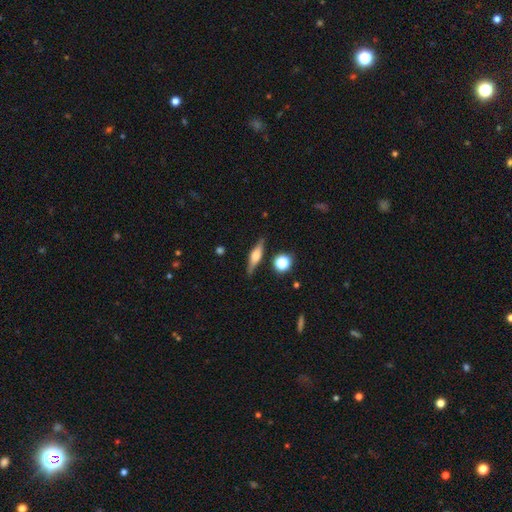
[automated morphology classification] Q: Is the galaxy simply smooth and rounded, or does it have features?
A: featured or disk — 62%.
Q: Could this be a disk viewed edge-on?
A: yes — 96%.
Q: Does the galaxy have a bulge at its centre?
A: rounded — 84%.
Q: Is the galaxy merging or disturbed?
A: none — 85%.